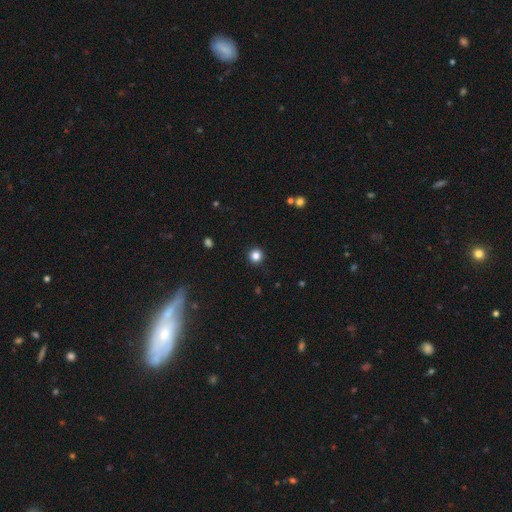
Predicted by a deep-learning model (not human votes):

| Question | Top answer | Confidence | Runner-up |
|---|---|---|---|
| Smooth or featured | smooth | 84% | star or artifact (12%) |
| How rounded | round | 96% | in between (3%) |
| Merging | none | 93% | minor disturbance (5%) |